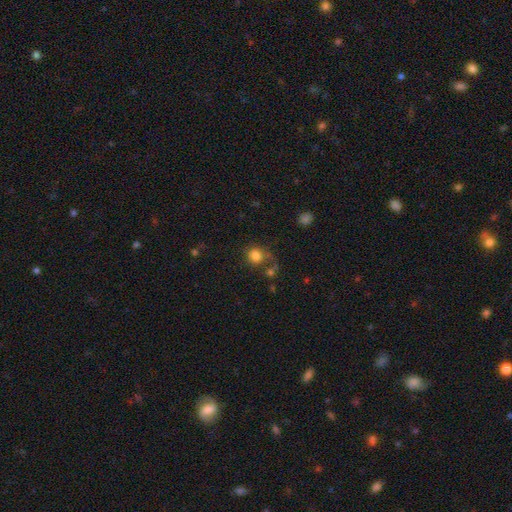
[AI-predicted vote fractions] This appears to be a smooth galaxy with no disk features (81%) that is round (81%). Merging: none (56%).